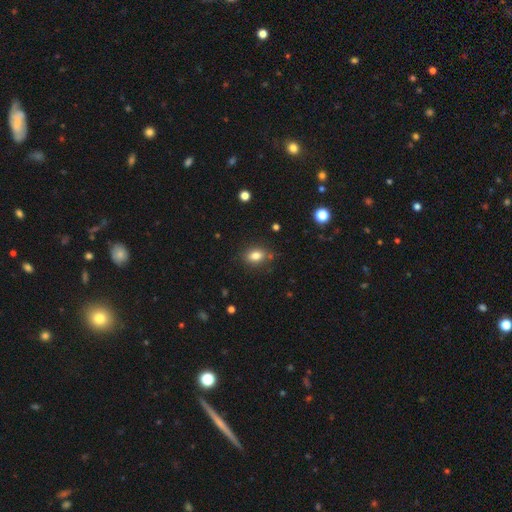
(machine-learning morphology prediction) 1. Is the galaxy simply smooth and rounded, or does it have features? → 82% smooth, 10% star or artifact, 8% featured or disk.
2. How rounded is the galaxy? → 75% in between, 23% round, 2% cigar-shaped.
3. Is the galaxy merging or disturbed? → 82% none, 12% minor disturbance, 3% major disturbance, 3% merger.